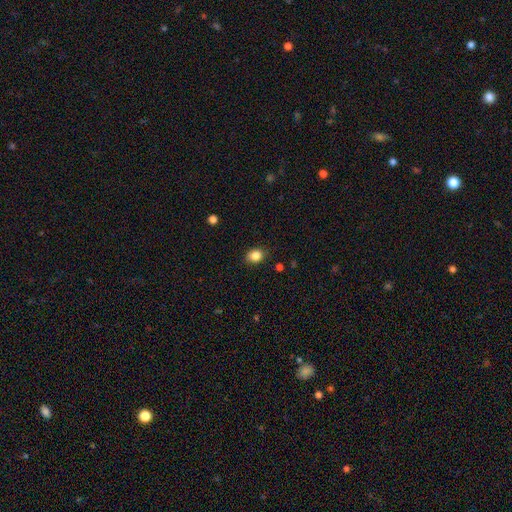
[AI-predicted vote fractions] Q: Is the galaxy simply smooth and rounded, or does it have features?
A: smooth — 85%.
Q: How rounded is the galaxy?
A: round — 50%.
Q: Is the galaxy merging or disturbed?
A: none — 85%.